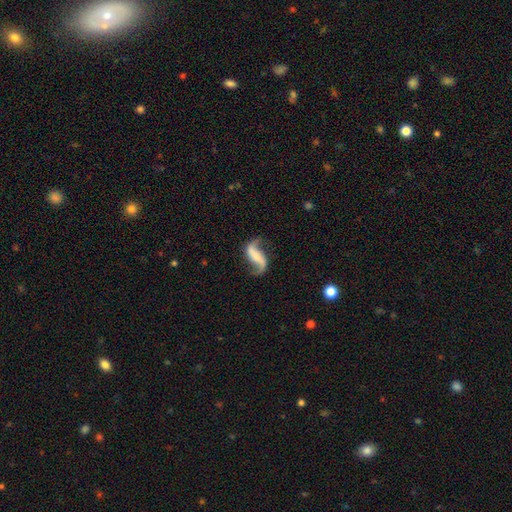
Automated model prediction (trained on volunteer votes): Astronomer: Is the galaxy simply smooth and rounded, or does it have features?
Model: featured or disk — 83%.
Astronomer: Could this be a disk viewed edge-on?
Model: no — 95%.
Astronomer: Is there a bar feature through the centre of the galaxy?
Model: strong — 41% (runner-up: no, 30%).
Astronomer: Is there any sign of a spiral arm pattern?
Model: yes — 95%.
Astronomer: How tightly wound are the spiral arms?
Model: loose — 83%.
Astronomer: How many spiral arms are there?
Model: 2 — 91%.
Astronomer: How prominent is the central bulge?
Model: small — 46% (runner-up: moderate, 25%).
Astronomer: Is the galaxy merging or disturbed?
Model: none — 71%.